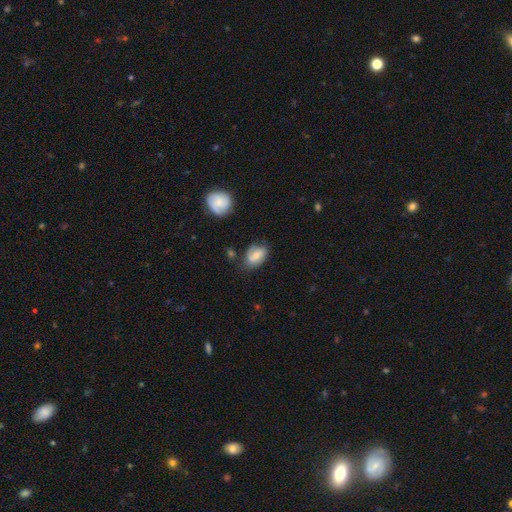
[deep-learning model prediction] The model was most divided on "smooth or featured": smooth: 56%, featured or disk: 36%, star or artifact: 8%. More confident: how rounded — in between (81%); merging — none (56%).